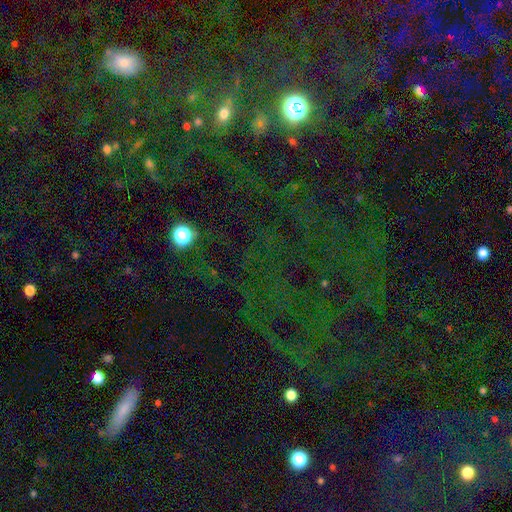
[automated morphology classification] Q: Smooth or featured?
A: star or artifact (71%); runner-up: smooth (19%)